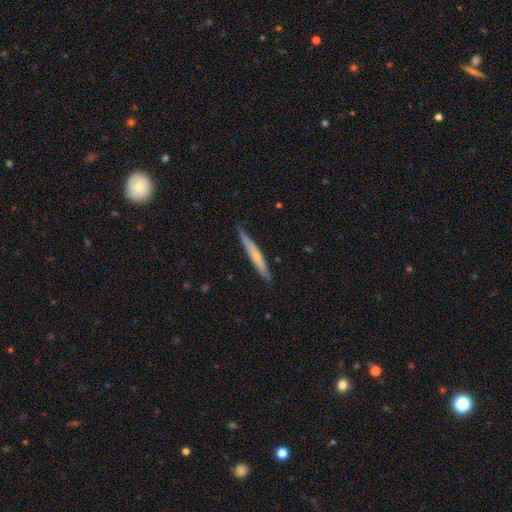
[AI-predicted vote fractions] A smooth galaxy with no disk features (50%) that is cigar-shaped (96%).

Vote fractions:
- Smooth or featured? smooth: 50% / featured or disk: 44% / star or artifact: 6%
- How rounded? cigar-shaped: 96% / in between: 3% / round: 1%
- Merging? none: 85% / minor disturbance: 12% / major disturbance: 2% / merger: 1%